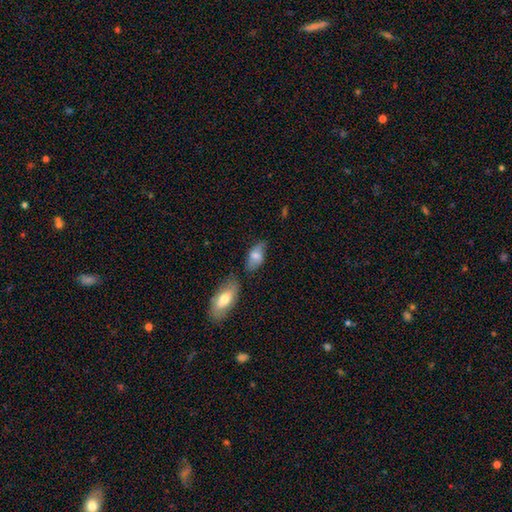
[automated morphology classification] Overall: smooth (71%). How rounded: in between (91%). Merging: none (58%; minor disturbance 25%).